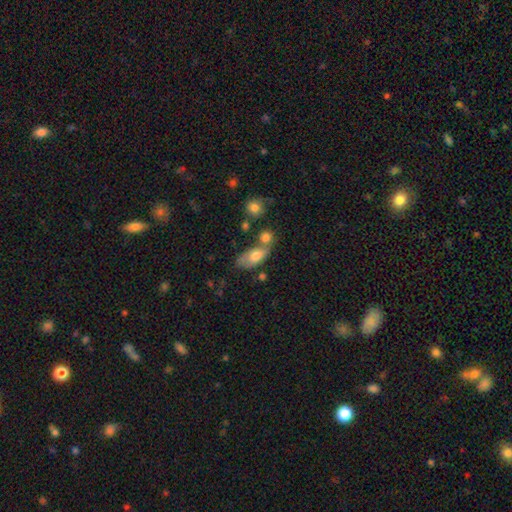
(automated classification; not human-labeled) This appears to be a smooth galaxy with no disk features (72%) that is in between round and cigar-shaped (86%). Merging: none (40%).